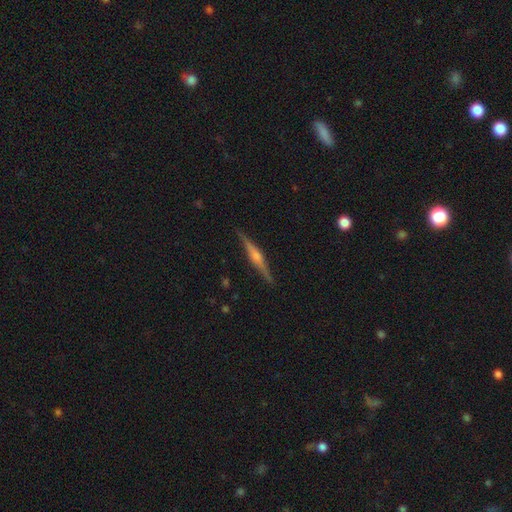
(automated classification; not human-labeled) Smooth or featured?
  - featured or disk: 81% *
  - smooth: 13%
  - star or artifact: 6%
Edge-on disk?
  - yes: 98% *
  - no: 2%
Edge-on bulge?
  - rounded: 80% *
  - boxy: 13%
  - none: 7%
Merging?
  - none: 90% *
  - minor disturbance: 7%
  - major disturbance: 1%
  - merger: 1%